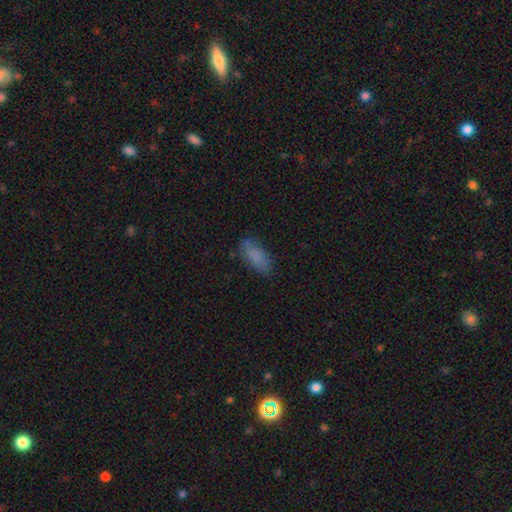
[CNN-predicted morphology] A smooth galaxy with no disk features (79%) that is in between round and cigar-shaped (80%). Merging: none (70%).